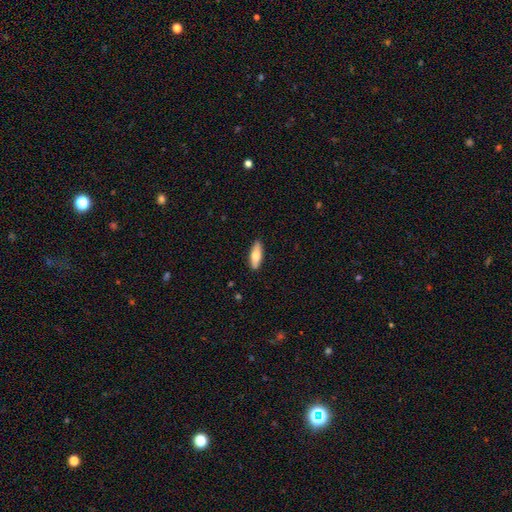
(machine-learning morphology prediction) This appears to be a smooth galaxy with no disk features (66%) that is in between round and cigar-shaped (59%). Merging: none (88%).